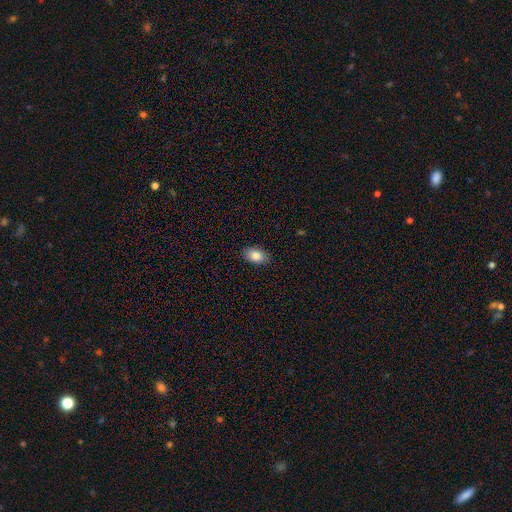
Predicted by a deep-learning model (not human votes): Smooth or featured? smooth (85%)
How rounded? in between (86%)
Merging? none (87%)